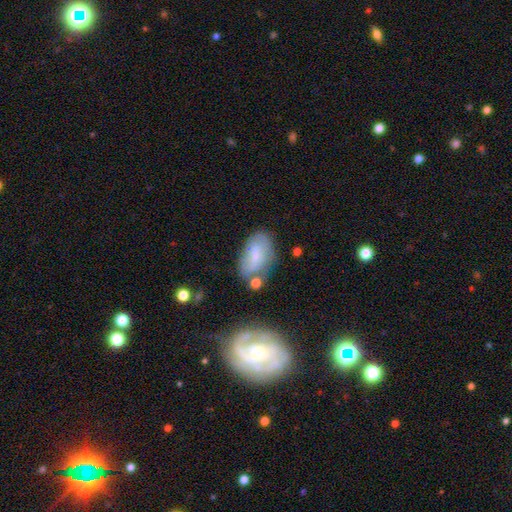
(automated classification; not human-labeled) smooth_or_featured: smooth (p=0.60) [alt: featured or disk p=0.31]
how_rounded: in between (p=0.92) [alt: round p=0.05]
merging: none (p=0.57) [alt: minor disturbance p=0.24]